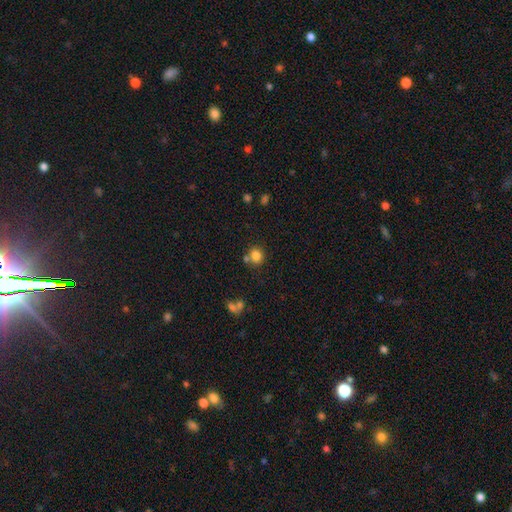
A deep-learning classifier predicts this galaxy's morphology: smooth-or-featured: smooth: 82% | star or artifact: 11% | featured or disk: 7%
  how-rounded: round: 73% | in between: 26% | cigar-shaped: 1%
  merging: none: 65% | merger: 20% | minor disturbance: 11% | major disturbance: 4%